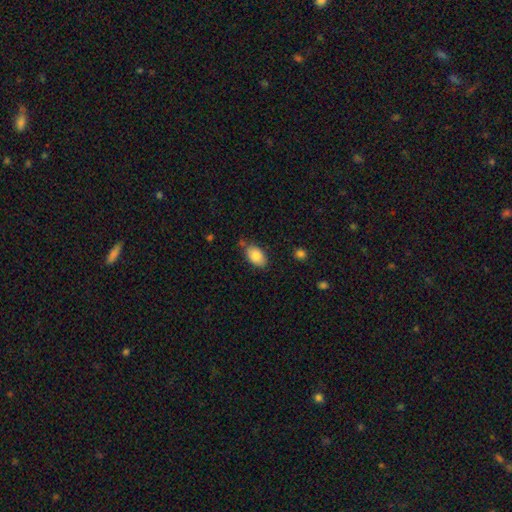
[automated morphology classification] A smooth galaxy with no disk features (85%) that is in between round and cigar-shaped (91%).

Vote fractions:
- Smooth or featured? smooth: 85% / featured or disk: 8% / star or artifact: 7%
- How rounded? in between: 91% / round: 7% / cigar-shaped: 1%
- Merging? none: 75% / minor disturbance: 17% / merger: 5% / major disturbance: 3%